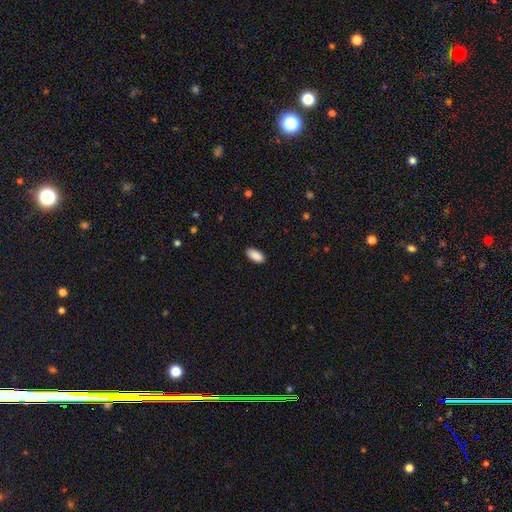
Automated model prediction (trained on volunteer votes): Q: Smooth or featured?
A: smooth (90%); runner-up: star or artifact (6%)
Q: How rounded?
A: in between (91%); runner-up: cigar-shaped (7%)
Q: Merging?
A: none (88%); runner-up: minor disturbance (9%)